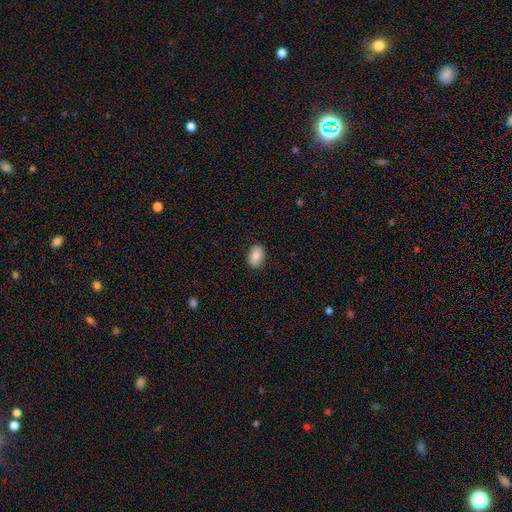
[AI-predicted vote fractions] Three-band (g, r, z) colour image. It shows a smooth galaxy with no disk features (87%) that is in between round and cigar-shaped (87%). Merging: none (87%).